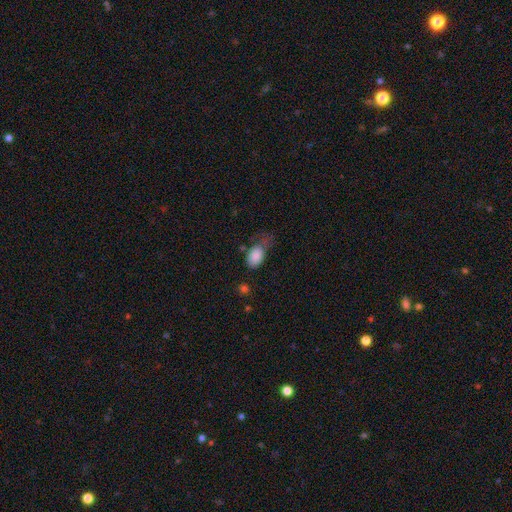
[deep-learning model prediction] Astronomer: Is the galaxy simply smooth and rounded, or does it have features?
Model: smooth — 85%.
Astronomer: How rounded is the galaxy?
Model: in between — 90%.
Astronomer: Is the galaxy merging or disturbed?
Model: minor disturbance — 34% (runner-up: none, 32%).